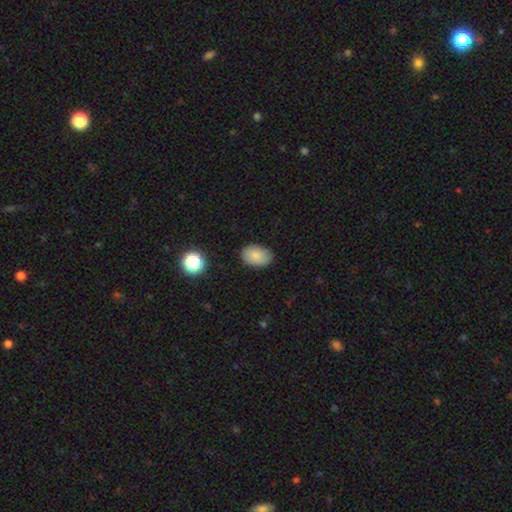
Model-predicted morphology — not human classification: A smooth galaxy with no disk features (83%) that is in between round and cigar-shaped (83%).

Vote fractions:
- Smooth or featured? smooth: 83% / star or artifact: 9% / featured or disk: 8%
- How rounded? in between: 83% / round: 16% / cigar-shaped: 1%
- Merging? none: 82% / minor disturbance: 14% / major disturbance: 3% / merger: 1%